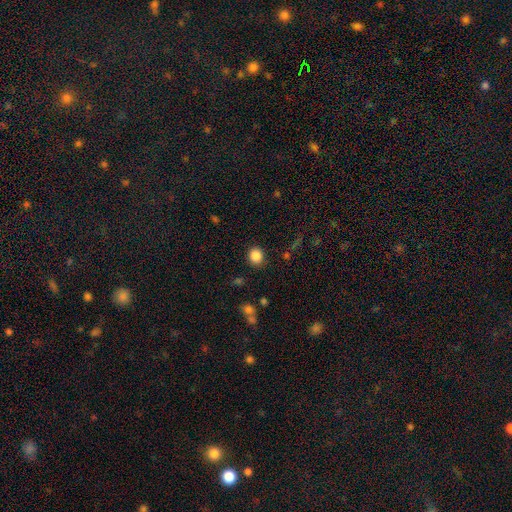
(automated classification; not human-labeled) Smooth or featured?
  - smooth: 86% *
  - star or artifact: 10%
  - featured or disk: 4%
How rounded?
  - round: 76% *
  - in between: 23%
  - cigar-shaped: 1%
Merging?
  - none: 88% *
  - minor disturbance: 7%
  - major disturbance: 3%
  - merger: 2%